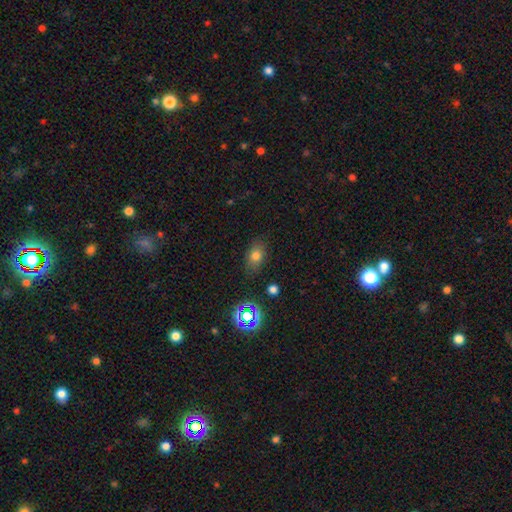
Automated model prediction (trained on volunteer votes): smooth 72%, star or artifact 17%, featured or disk 11%. Down the decision tree: how rounded — in between (75%); merging — none (81%).